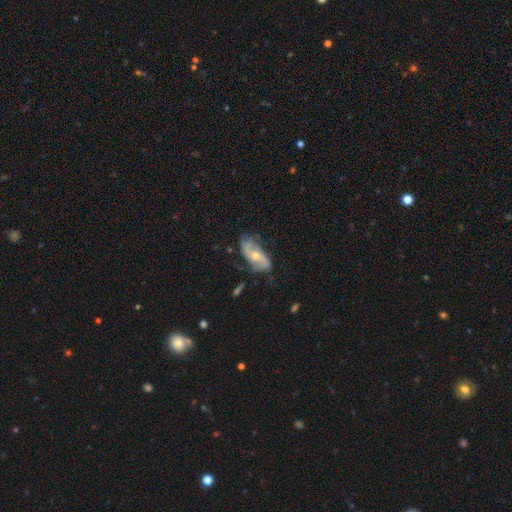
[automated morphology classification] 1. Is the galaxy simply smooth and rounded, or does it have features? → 68% featured or disk, 25% smooth, 6% star or artifact.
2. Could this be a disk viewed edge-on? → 91% no, 9% yes.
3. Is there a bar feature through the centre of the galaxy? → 58% no, 30% weak, 11% strong.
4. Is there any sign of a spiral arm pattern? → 88% yes, 12% no.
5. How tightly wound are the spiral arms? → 60% loose, 28% medium, 12% tight.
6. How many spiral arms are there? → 87% 2, 7% can't tell, 2% 1, 2% 3, 1% 4, 1% more than 4.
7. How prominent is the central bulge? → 59% moderate, 35% small, 3% large, 2% none, 1% dominant.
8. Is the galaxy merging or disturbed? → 63% none, 25% minor disturbance, 9% major disturbance, 3% merger.